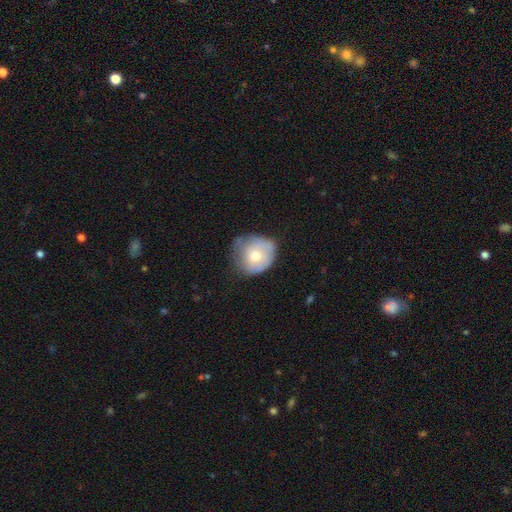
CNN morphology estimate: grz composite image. It shows a smooth galaxy with no disk features (62%) that is round (75%). Merging: none (50%).